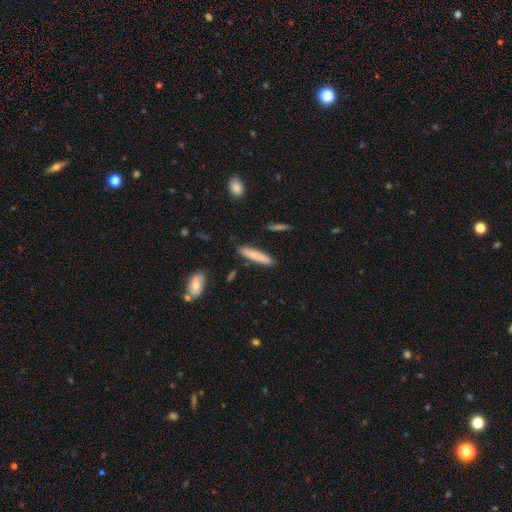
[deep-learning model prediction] A smooth galaxy with no disk features (74%) that is cigar-shaped (89%).

Vote fractions:
- Smooth or featured? smooth: 74% / featured or disk: 19% / star or artifact: 6%
- How rounded? cigar-shaped: 89% / in between: 10% / round: 2%
- Merging? none: 87% / minor disturbance: 9% / merger: 2% / major disturbance: 2%